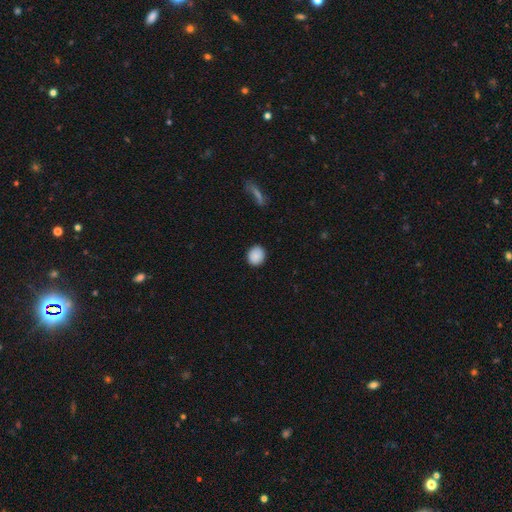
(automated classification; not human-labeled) Smooth or featured? smooth (89%)
How rounded? round (77%)
Merging? none (90%)